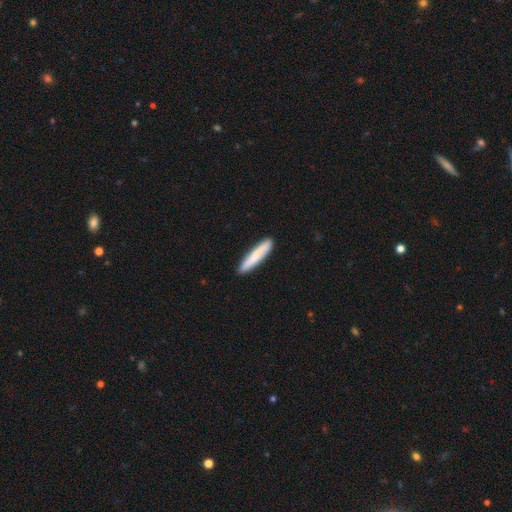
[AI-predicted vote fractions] This appears to be a smooth galaxy with no disk features (79%) that is cigar-shaped (92%). Merging: none (91%).